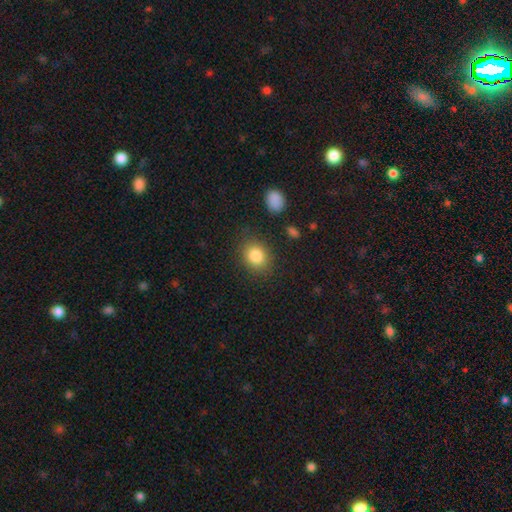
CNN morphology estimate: The model was most divided on "how rounded": round: 55%, in between: 44%, cigar-shaped: 1%. More confident: smooth or featured — smooth (85%); merging — none (83%).